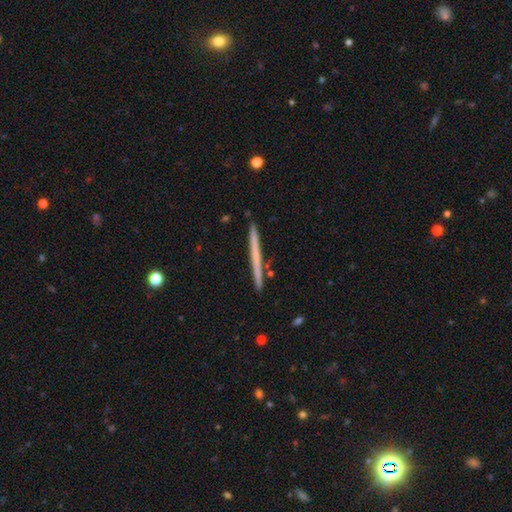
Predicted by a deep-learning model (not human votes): The model was most divided on "smooth or featured": smooth: 50%, featured or disk: 45%, star or artifact: 5%. More confident: merging — none (92%).